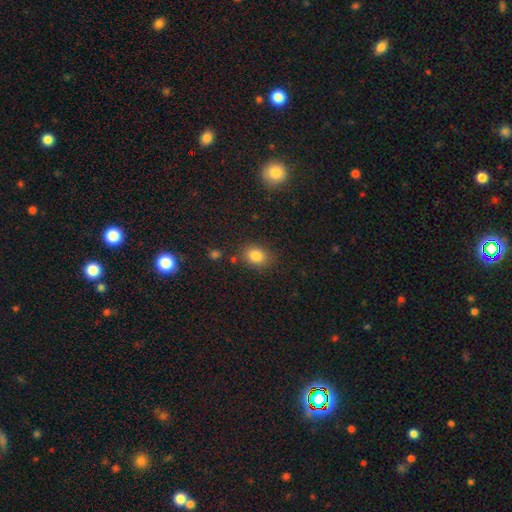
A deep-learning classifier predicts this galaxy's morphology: This is clearly a smooth galaxy (82%). How rounded: likely in between (61%). Merging: likely none (80%).